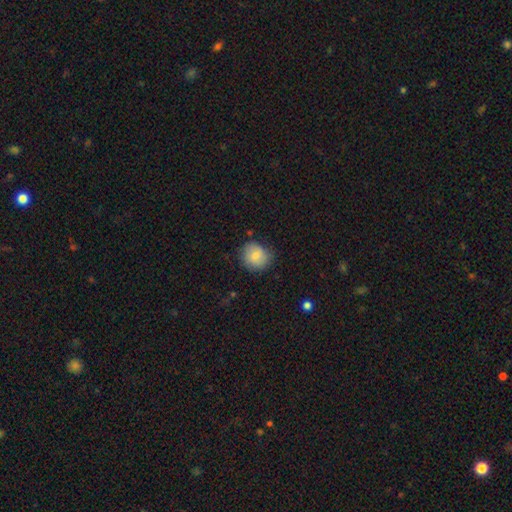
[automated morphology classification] The model was most divided on "merging": none: 73%, minor disturbance: 21%, major disturbance: 5%, merger: 1%. More confident: how rounded — round (80%); smooth or featured — smooth (75%).